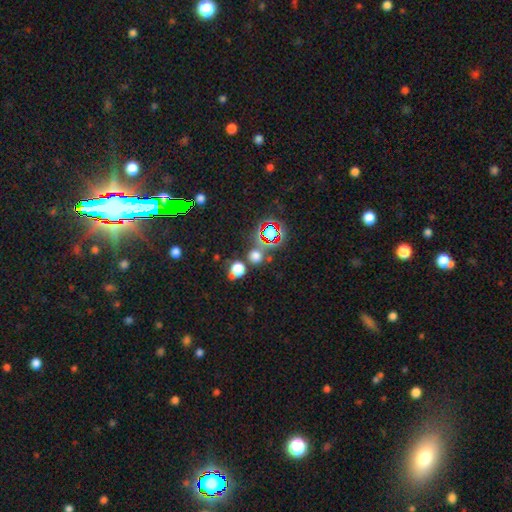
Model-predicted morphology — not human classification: This appears to be a smooth galaxy with no disk features (58%) that is round (86%). Merging: none (68%).